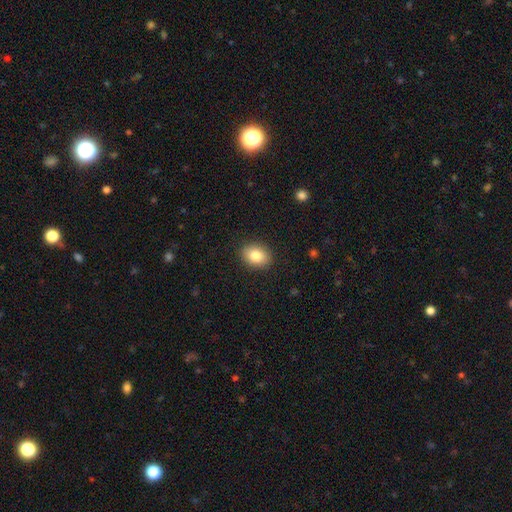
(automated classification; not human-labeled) This appears to be a smooth galaxy with no disk features (84%) that is in between round and cigar-shaped (64%). Merging: none (89%).